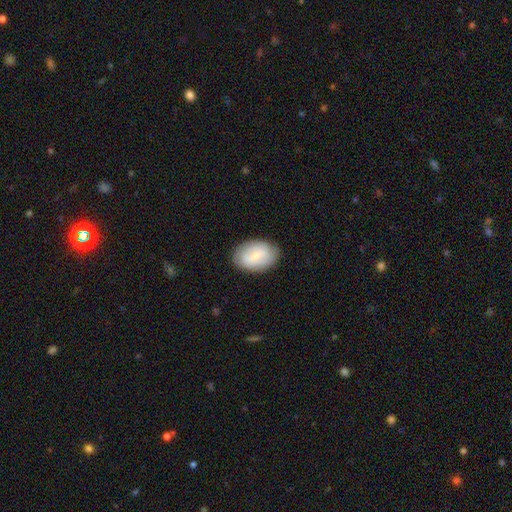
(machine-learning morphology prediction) The model was most divided on "smooth or featured": smooth: 65%, featured or disk: 29%, star or artifact: 7%. More confident: merging — none (83%); how rounded — in between (78%).